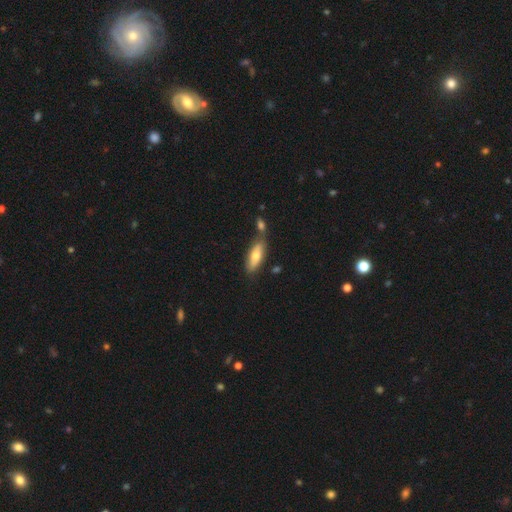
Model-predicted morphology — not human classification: The model was most divided on "how rounded": in between: 65%, cigar-shaped: 33%, round: 2%. More confident: smooth or featured — smooth (67%); merging — none (62%).